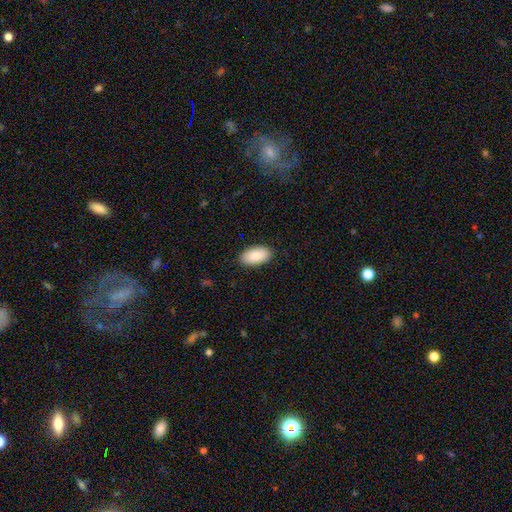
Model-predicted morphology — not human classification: The model was most divided on "merging": none: 88%, minor disturbance: 9%, major disturbance: 2%, merger: 1%. More confident: how rounded — in between (96%); smooth or featured — smooth (88%).